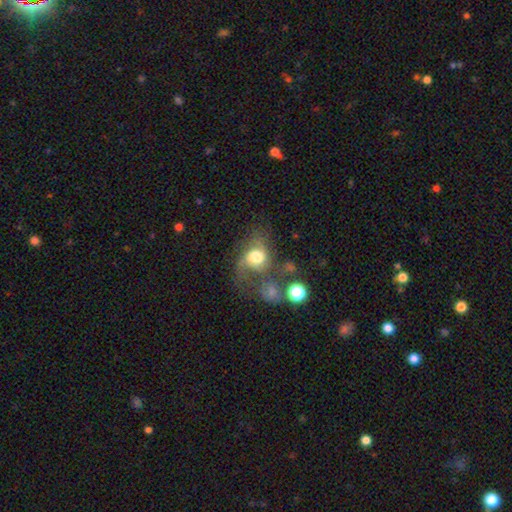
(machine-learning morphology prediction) smooth_or_featured: smooth (p=0.49) [alt: featured or disk p=0.40]
merging: major disturbance (p=0.37) [alt: none p=0.24]